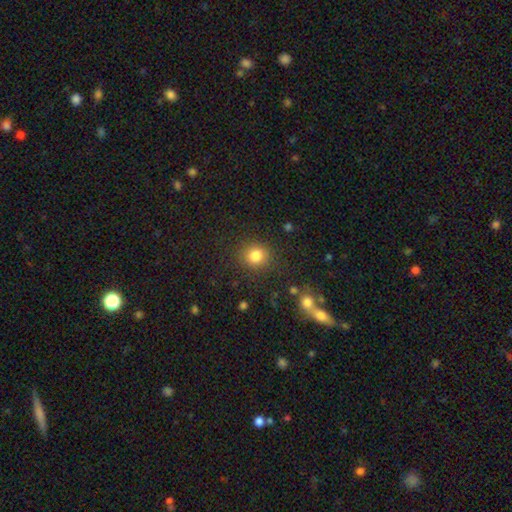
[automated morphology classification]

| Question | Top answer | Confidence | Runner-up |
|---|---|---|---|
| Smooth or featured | smooth | 83% | star or artifact (12%) |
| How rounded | round | 81% | in between (18%) |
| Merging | none | 85% | minor disturbance (9%) |